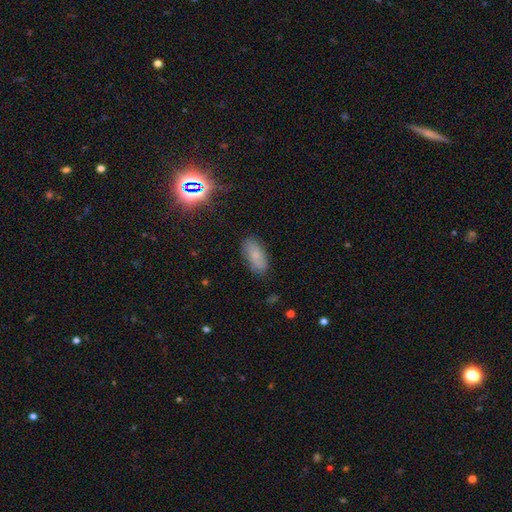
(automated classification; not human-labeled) Overall: smooth (76%). How rounded: in between (88%). Merging: none (83%).